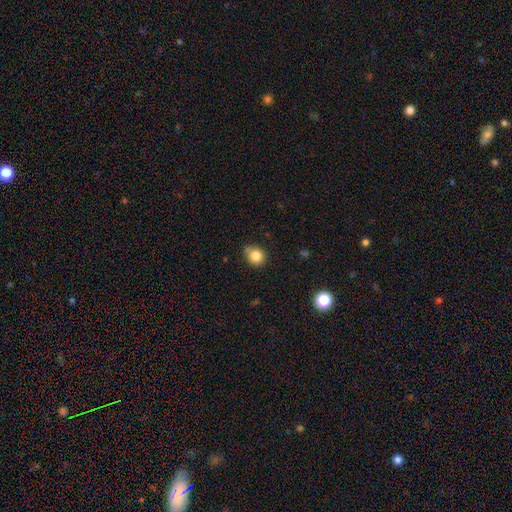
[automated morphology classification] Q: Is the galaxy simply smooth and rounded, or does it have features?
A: smooth — 83%.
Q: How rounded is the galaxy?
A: round — 81%.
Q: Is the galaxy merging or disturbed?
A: none — 70%.